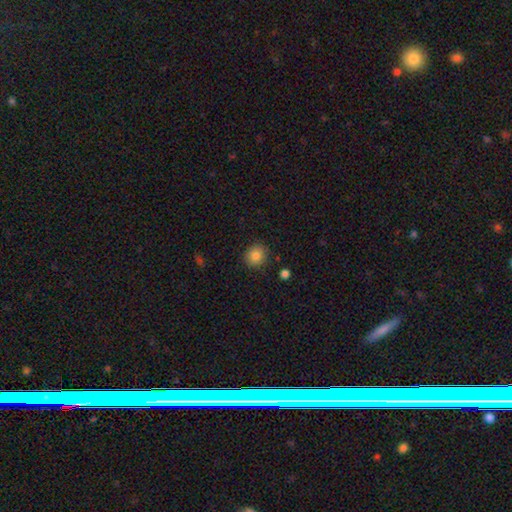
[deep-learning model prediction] This appears to be a smooth galaxy with no disk features (85%) that is round (83%). Merging: none (87%).